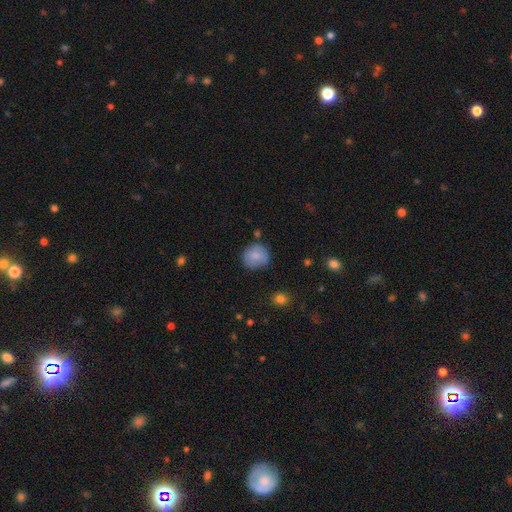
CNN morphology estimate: smooth-or-featured: smooth: 81% | featured or disk: 12% | star or artifact: 8%
  how-rounded: round: 86% | in between: 13% | cigar-shaped: 1%
  merging: none: 71% | minor disturbance: 21% | major disturbance: 5% | merger: 3%